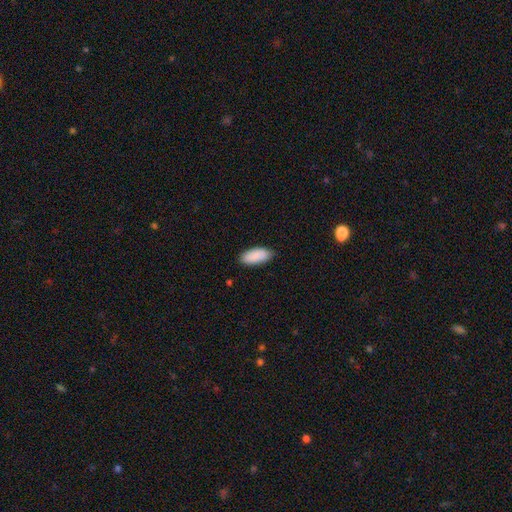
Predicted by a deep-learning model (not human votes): This is clearly a smooth galaxy (91%). How rounded: clearly in between (88%). Merging: clearly none (87%).